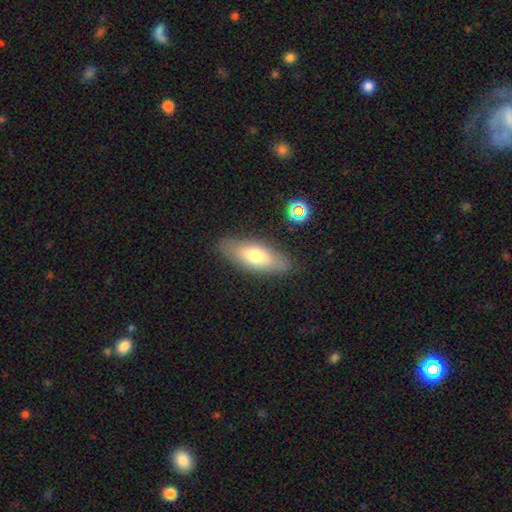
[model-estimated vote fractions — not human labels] Smooth or featured? Predicted: smooth (p=0.69). How rounded? Predicted: in between (p=0.77). Merging? Predicted: none (p=0.85).